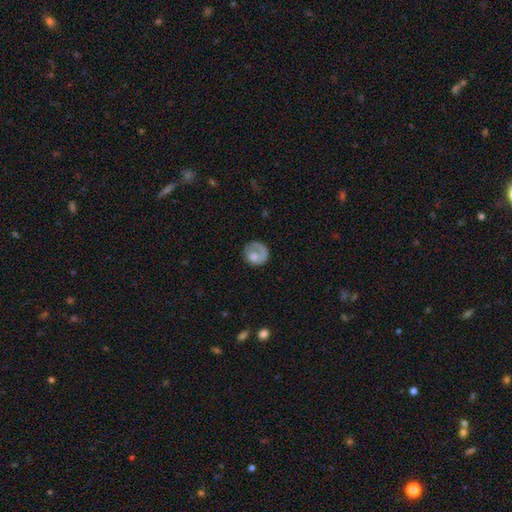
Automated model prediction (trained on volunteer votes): Smooth or featured: smooth — 57% (featured or disk — 36%)
How rounded: round — 82% (in between — 17%)
Merging: none — 53% (major disturbance — 24%)